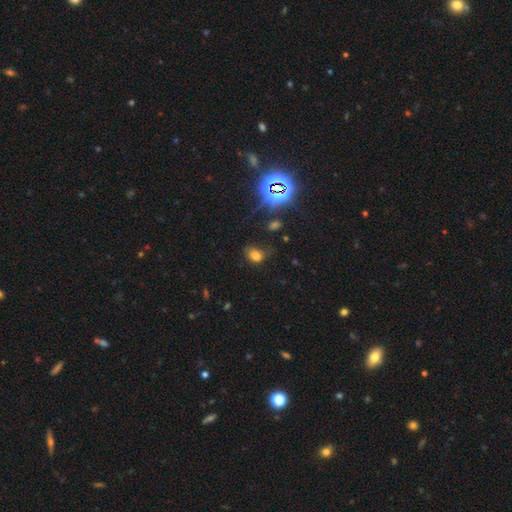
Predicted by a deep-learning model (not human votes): Smooth or featured? smooth (68%)
How rounded? in between (68%)
Merging? none (59%)